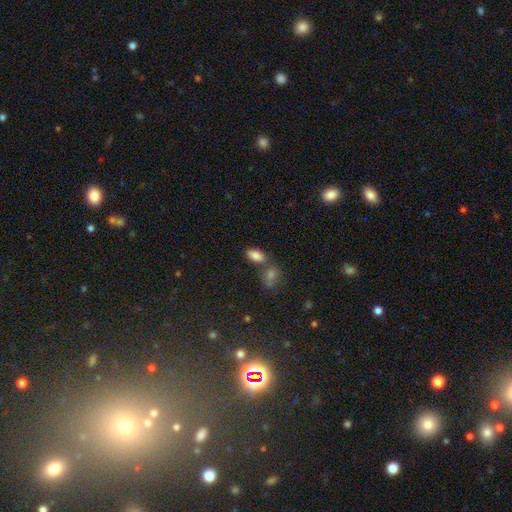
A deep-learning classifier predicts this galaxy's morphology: Overall: smooth (84%). How rounded: in between (92%). Merging: none (61%; merger 24%).